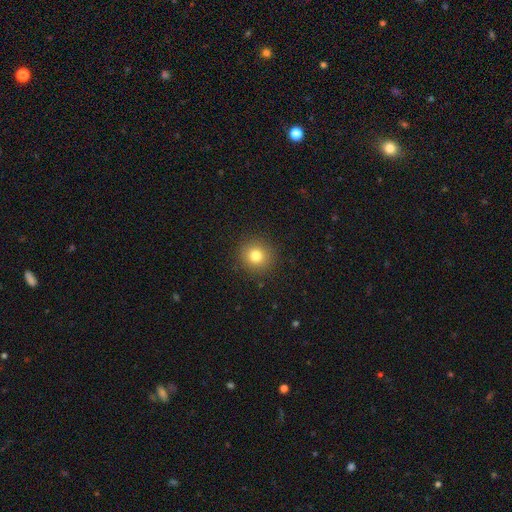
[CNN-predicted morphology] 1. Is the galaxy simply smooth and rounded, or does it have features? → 79% smooth, 13% star or artifact, 8% featured or disk.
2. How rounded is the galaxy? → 93% round, 6% in between, 1% cigar-shaped.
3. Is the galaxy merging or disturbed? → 91% none, 6% minor disturbance, 2% major disturbance, 1% merger.